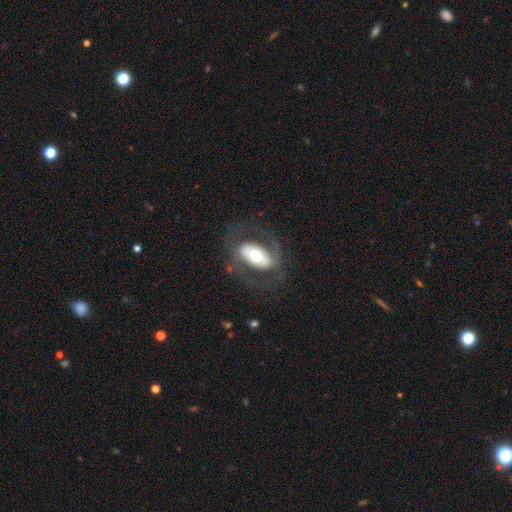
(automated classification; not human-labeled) Smooth or featured?
  - featured or disk: 61% *
  - smooth: 32%
  - star or artifact: 6%
Edge-on disk?
  - no: 92% *
  - yes: 8%
Bar?
  - no: 41% *
  - strong: 36%
  - weak: 23%
Spiral arms?
  - yes: 52% *
  - no: 48%
Bulge size?
  - moderate: 64% *
  - large: 19%
  - small: 12%
  - dominant: 3%
  - none: 1%
Merging?
  - none: 69% *
  - major disturbance: 15%
  - minor disturbance: 14%
  - merger: 1%